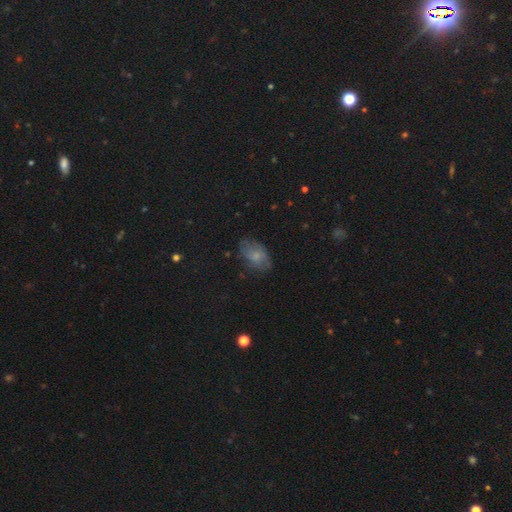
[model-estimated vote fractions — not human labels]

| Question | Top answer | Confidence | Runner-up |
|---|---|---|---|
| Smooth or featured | smooth | 60% | featured or disk (29%) |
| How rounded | in between | 90% | round (8%) |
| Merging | none | 67% | minor disturbance (23%) |